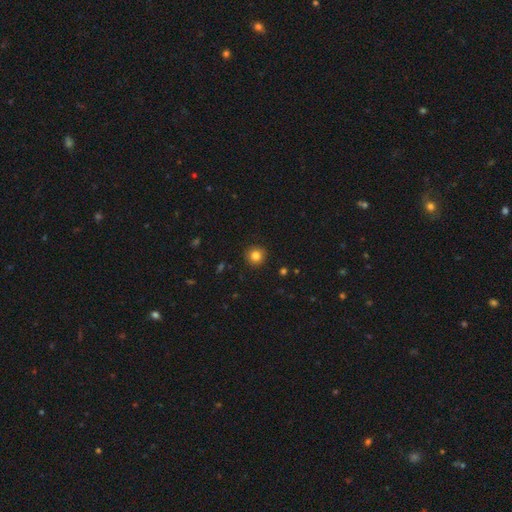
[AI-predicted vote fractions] A smooth galaxy with no disk features (83%) that is round (94%). Merging: none (92%).